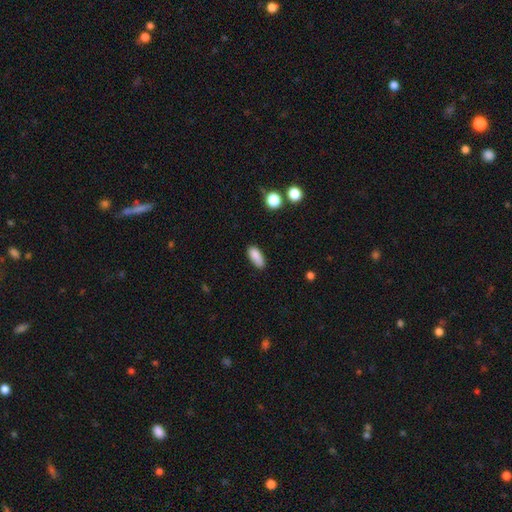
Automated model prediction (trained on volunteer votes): smooth_or_featured: smooth (p=0.86) [alt: star or artifact p=0.08]
how_rounded: in between (p=0.79) [alt: cigar-shaped p=0.18]
merging: none (p=0.77) [alt: minor disturbance p=0.18]